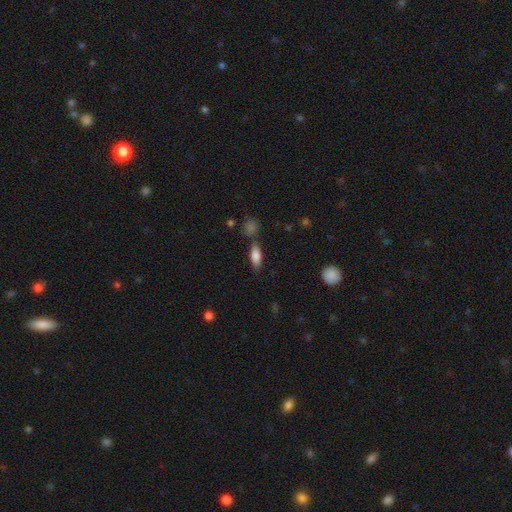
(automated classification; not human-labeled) This is likely a smooth galaxy (80%). How rounded: likely in between (72%). Merging: likely none (72%).